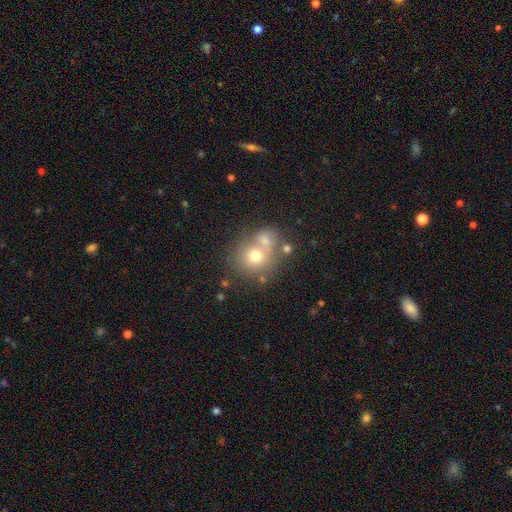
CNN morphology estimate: The model was most divided on "merging": merger: 44%, none: 42%, minor disturbance: 10%, major disturbance: 5%. More confident: how rounded — round (79%); smooth or featured — smooth (67%).